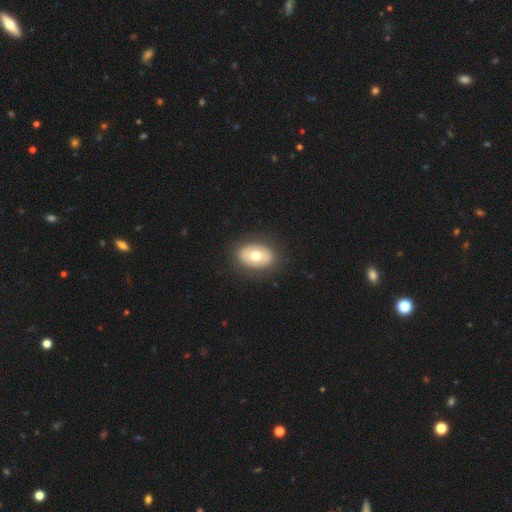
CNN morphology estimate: type=smooth (63%); roundness=in between (78%); merging=none (87%).